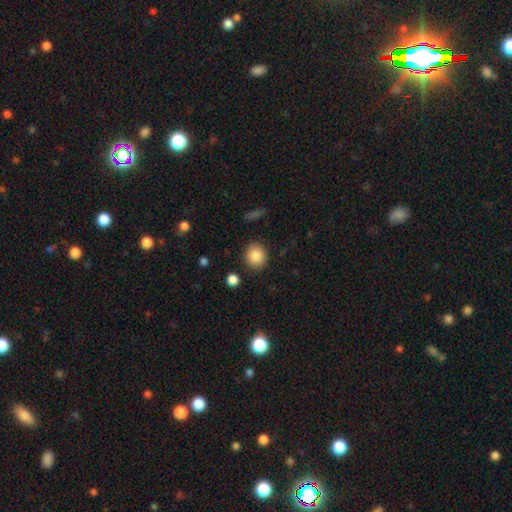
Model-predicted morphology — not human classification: The model was most divided on "how rounded": round: 80%, in between: 19%, cigar-shaped: 1%. More confident: merging — none (87%); smooth or featured — smooth (87%).